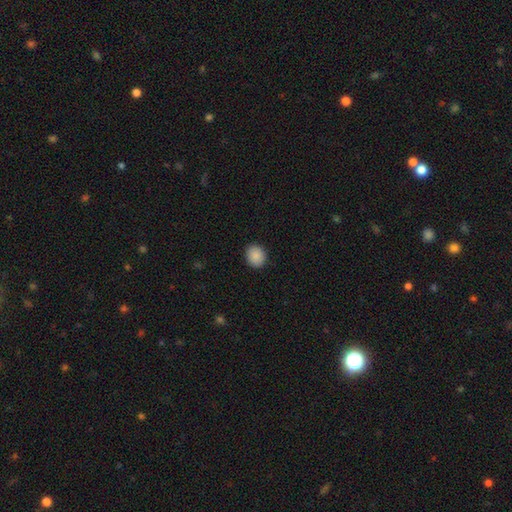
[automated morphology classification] Q: Smooth or featured?
A: smooth (89%); runner-up: star or artifact (8%)
Q: How rounded?
A: round (70%); runner-up: in between (29%)
Q: Merging?
A: none (90%); runner-up: minor disturbance (7%)